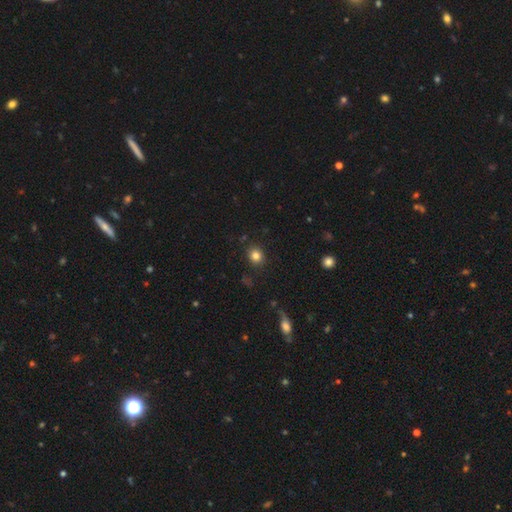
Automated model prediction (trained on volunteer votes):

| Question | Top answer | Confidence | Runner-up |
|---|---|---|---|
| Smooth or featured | smooth | 82% | star or artifact (12%) |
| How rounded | round | 80% | in between (19%) |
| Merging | none | 88% | minor disturbance (8%) |